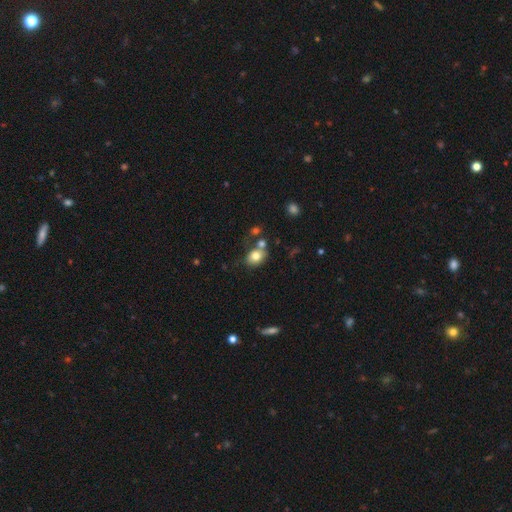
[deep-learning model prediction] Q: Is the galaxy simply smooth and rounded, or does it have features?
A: smooth — 79%.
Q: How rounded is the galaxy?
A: in between — 57%.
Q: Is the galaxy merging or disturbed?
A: none — 55%.